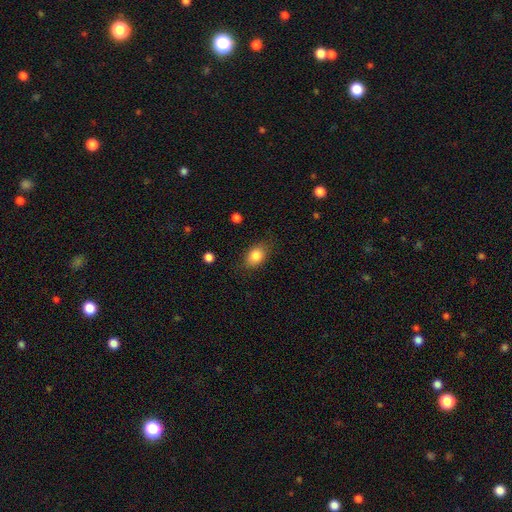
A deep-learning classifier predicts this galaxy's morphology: type=smooth (84%); roundness=in between (76%); merging=none (79%).